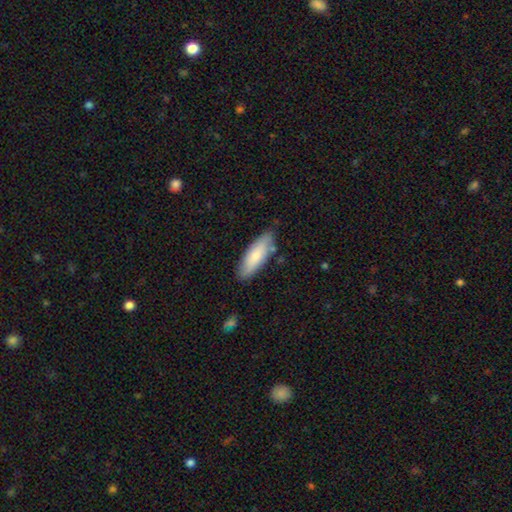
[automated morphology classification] A smooth galaxy with no disk features (75%) that is in between round and cigar-shaped (61%).

Vote fractions:
- Smooth or featured? smooth: 75% / featured or disk: 19% / star or artifact: 6%
- How rounded? in between: 61% / cigar-shaped: 37% / round: 2%
- Merging? none: 80% / minor disturbance: 15% / major disturbance: 2% / merger: 2%